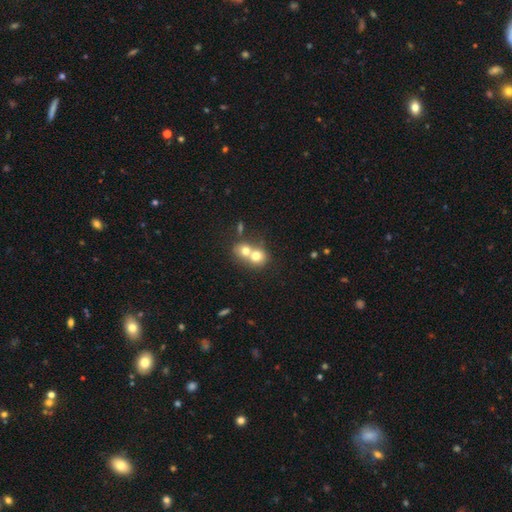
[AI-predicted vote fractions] Smooth or featured: smooth — 70% (featured or disk — 20%)
How rounded: round — 71% (in between — 28%)
Merging: merger — 70% (none — 22%)